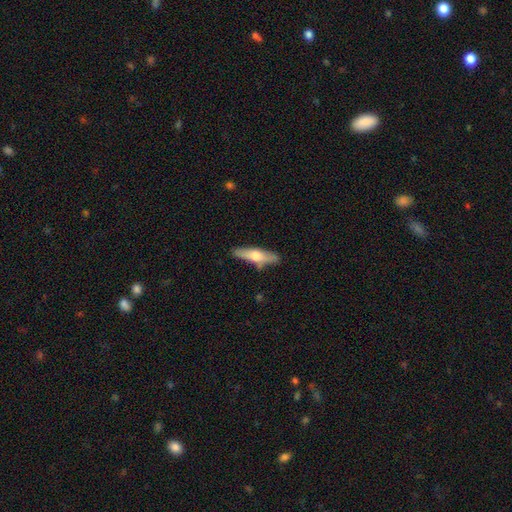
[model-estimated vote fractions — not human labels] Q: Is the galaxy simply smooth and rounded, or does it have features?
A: smooth — 56%.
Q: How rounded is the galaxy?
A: cigar-shaped — 71%.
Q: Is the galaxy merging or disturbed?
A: none — 80%.